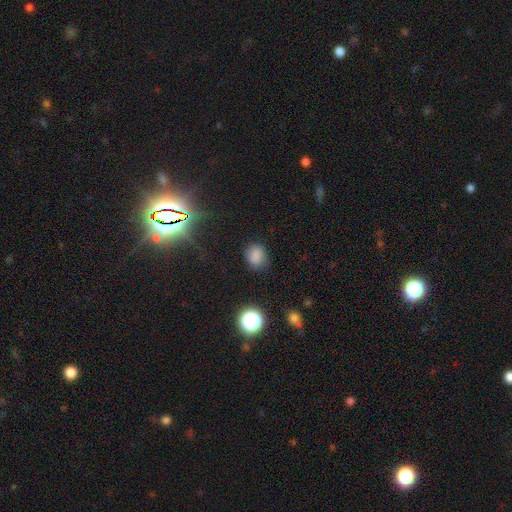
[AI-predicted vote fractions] Smooth or featured?
  - smooth: 78% *
  - star or artifact: 16%
  - featured or disk: 6%
How rounded?
  - round: 50% *
  - in between: 48%
  - cigar-shaped: 1%
Merging?
  - none: 75% *
  - minor disturbance: 18%
  - major disturbance: 5%
  - merger: 2%